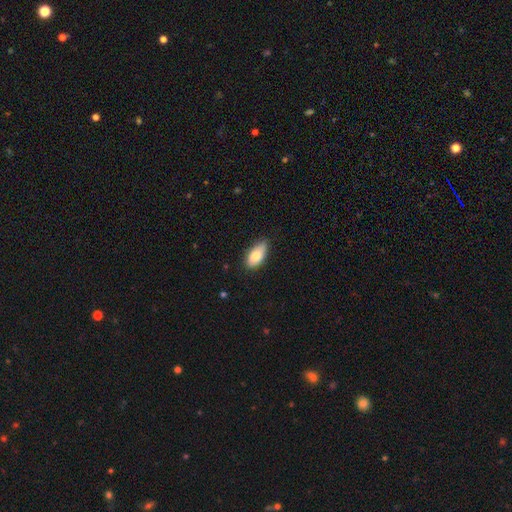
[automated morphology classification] A smooth galaxy with no disk features (80%) that is in between round and cigar-shaped (91%).

Vote fractions:
- Smooth or featured? smooth: 80% / featured or disk: 14% / star or artifact: 6%
- How rounded? in between: 91% / cigar-shaped: 6% / round: 3%
- Merging? none: 76% / minor disturbance: 20% / major disturbance: 3% / merger: 1%